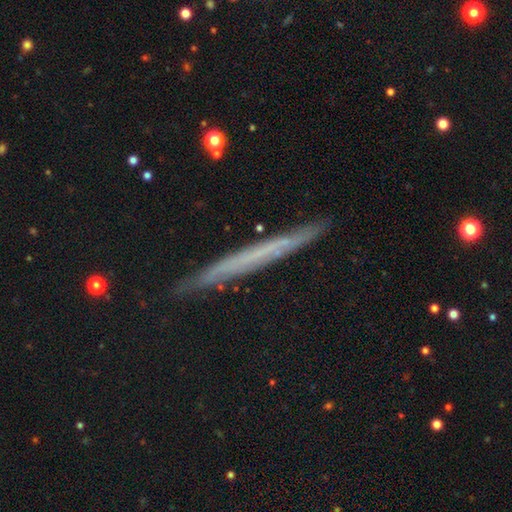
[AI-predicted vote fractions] Q: Smooth or featured?
A: featured or disk (58%); runner-up: smooth (34%)
Q: Edge-on disk?
A: yes (92%); runner-up: no (8%)
Q: Edge-on bulge?
A: none (89%); runner-up: rounded (7%)
Q: Merging?
A: none (84%); runner-up: minor disturbance (12%)